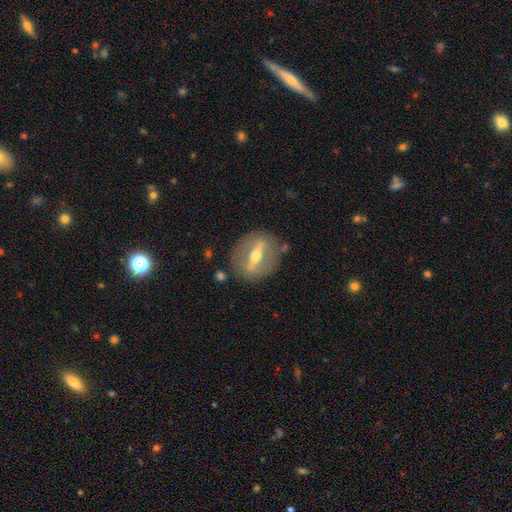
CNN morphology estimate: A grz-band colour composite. It shows a featured or disk galaxy (73%). Merging: none (83%).